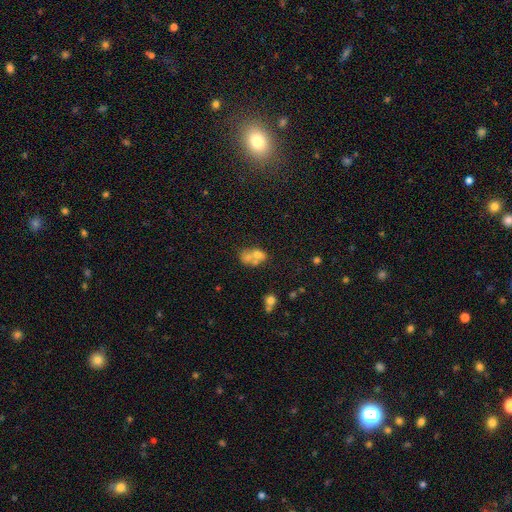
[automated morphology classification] smooth-or-featured: smooth: 59% | featured or disk: 27% | star or artifact: 14%
  how-rounded: in between: 54% | round: 44% | cigar-shaped: 2%
  merging: merger: 60% | none: 24% | minor disturbance: 9% | major disturbance: 7%